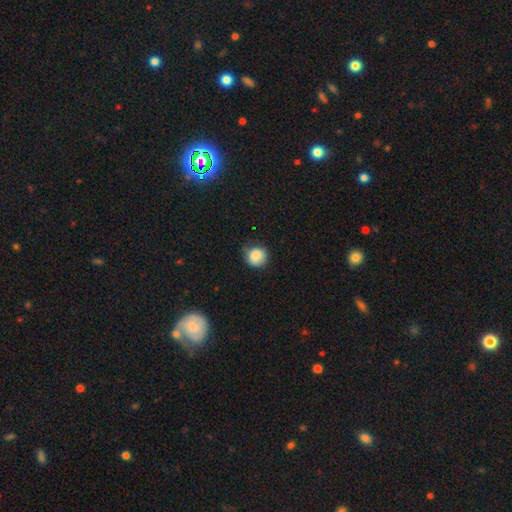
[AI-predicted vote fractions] Smooth or featured? Predicted: smooth (p=0.87). How rounded? Predicted: round (p=0.88). Merging? Predicted: none (p=0.66).